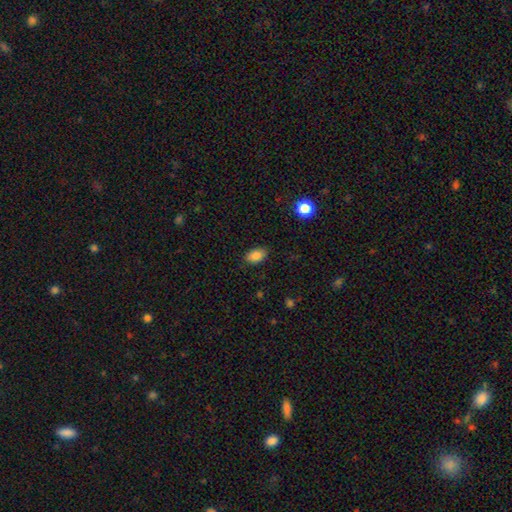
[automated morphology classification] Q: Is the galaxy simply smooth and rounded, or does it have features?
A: smooth — 85%.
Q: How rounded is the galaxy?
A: in between — 89%.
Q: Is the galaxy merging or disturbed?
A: none — 86%.